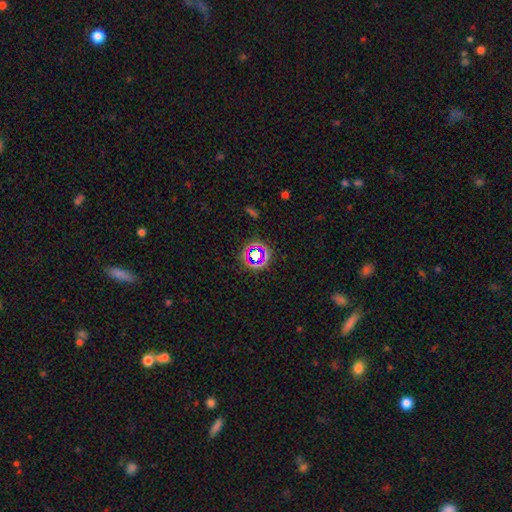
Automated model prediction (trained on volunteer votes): A star or artifact, not a galaxy (63%).